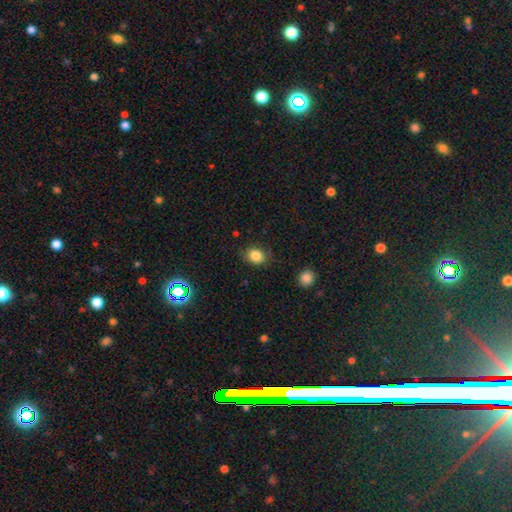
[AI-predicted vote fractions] Morphology: type=smooth (84%); roundness=round (55%); merging=none (80%).